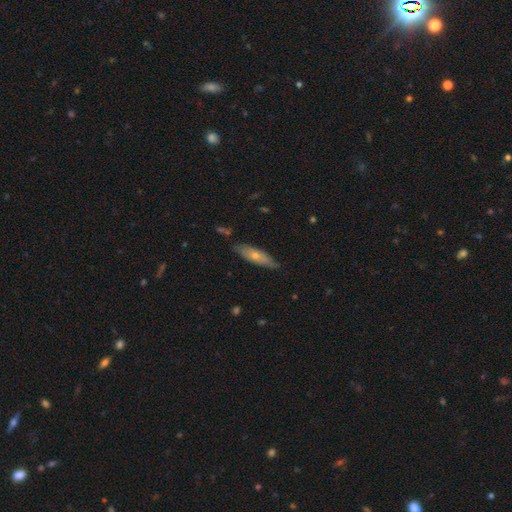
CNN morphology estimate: A smooth galaxy with no disk features (54%) that is cigar-shaped (61%). Merging: none (75%).